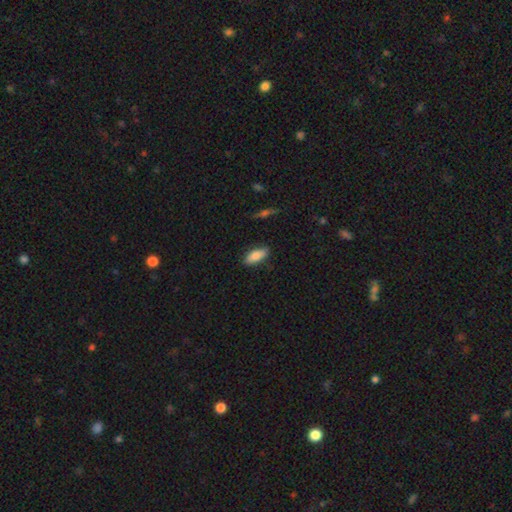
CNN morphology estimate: This is clearly a smooth galaxy (84%). How rounded: likely in between (80%). Merging: clearly none (85%).